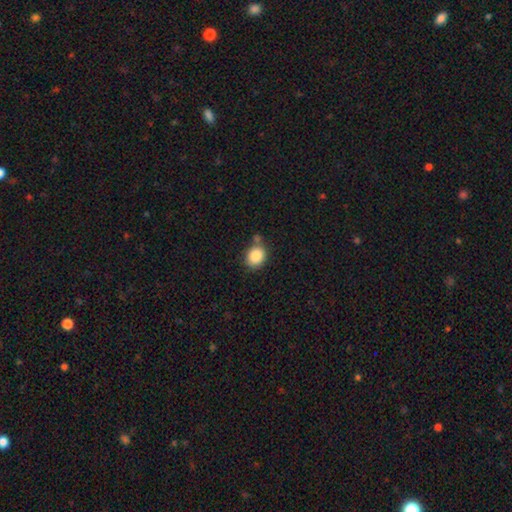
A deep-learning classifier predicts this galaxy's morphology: smooth-or-featured: smooth: 87% | star or artifact: 8% | featured or disk: 4%
  how-rounded: round: 60% | in between: 39% | cigar-shaped: 1%
  merging: none: 64% | minor disturbance: 17% | merger: 14% | major disturbance: 5%